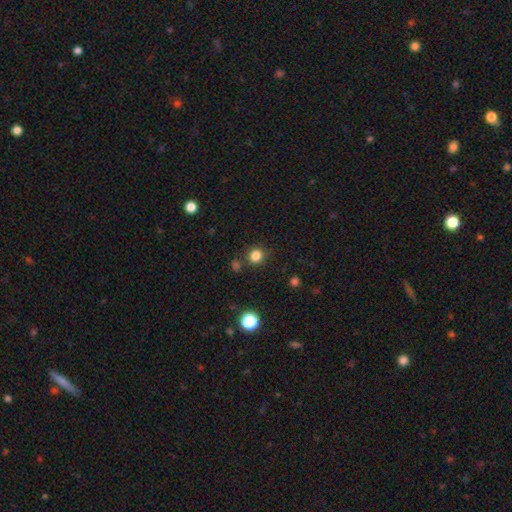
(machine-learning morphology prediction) A smooth galaxy with no disk features (82%) that is round (90%). Merging: none (83%).